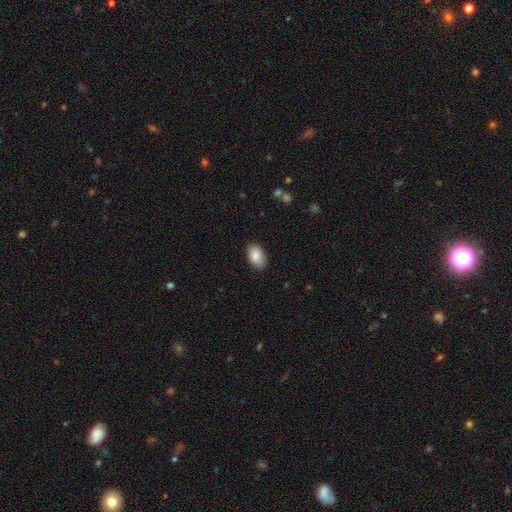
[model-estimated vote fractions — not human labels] Overall: smooth (88%). How rounded: in between (92%). Merging: none (86%).